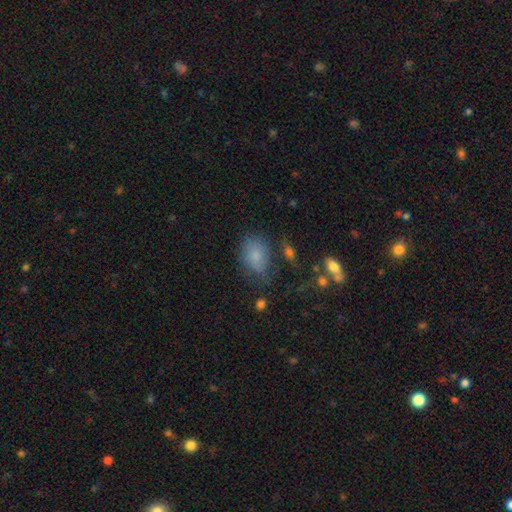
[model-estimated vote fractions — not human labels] smooth 78%, featured or disk 12%, star or artifact 10%. Down the decision tree: how rounded — in between (75%); merging — none (61%).